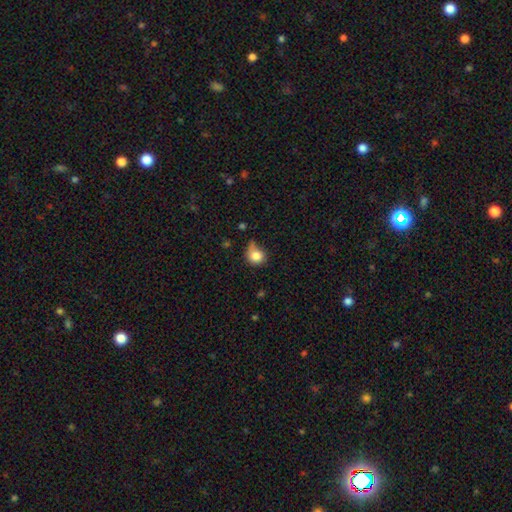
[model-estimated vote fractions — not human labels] This appears to be a smooth galaxy with no disk features (83%) that is round (83%). Merging: none (47%).